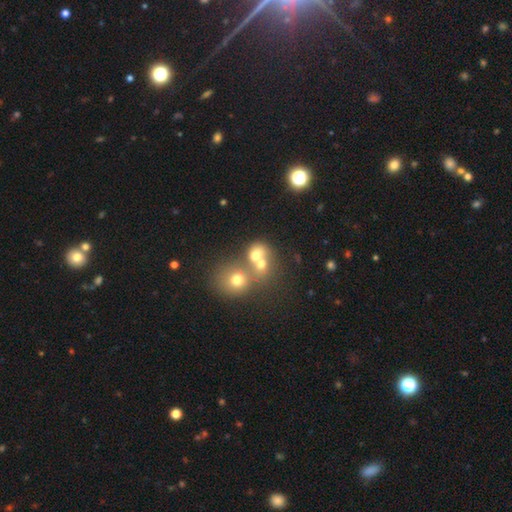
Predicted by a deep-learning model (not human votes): Smooth or featured? Predicted: smooth (p=0.66). How rounded? Predicted: round (p=0.70). Merging? Predicted: merger (p=0.55).